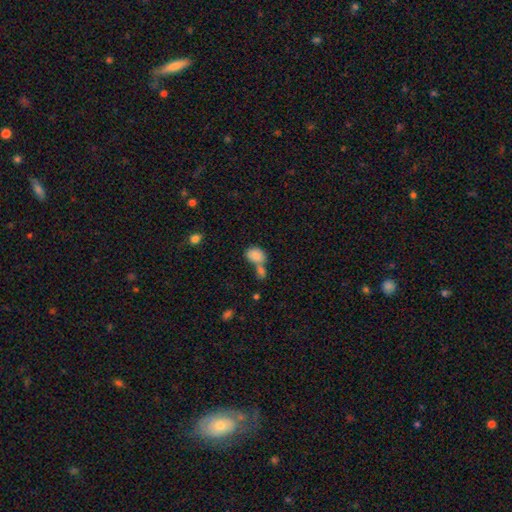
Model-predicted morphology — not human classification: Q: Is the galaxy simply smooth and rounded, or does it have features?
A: smooth — 84%.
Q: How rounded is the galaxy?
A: in between — 70%.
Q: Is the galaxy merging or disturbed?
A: merger — 50%.